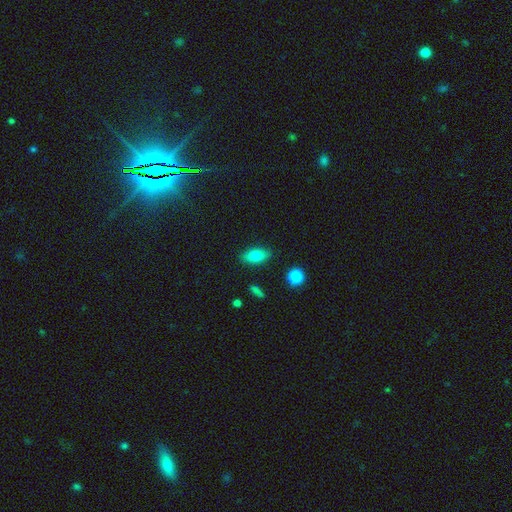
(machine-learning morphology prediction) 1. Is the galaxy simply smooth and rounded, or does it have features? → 79% smooth, 13% featured or disk, 9% star or artifact.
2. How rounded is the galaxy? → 85% in between, 8% cigar-shaped, 6% round.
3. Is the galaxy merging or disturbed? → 86% none, 10% minor disturbance, 2% major disturbance, 2% merger.